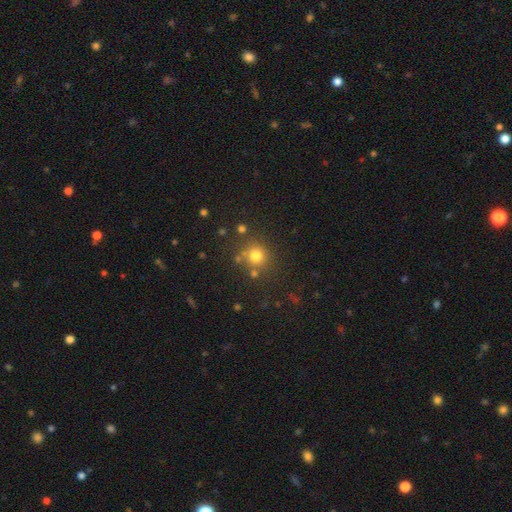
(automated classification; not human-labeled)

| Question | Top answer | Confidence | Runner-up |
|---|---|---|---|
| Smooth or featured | smooth | 75% | star or artifact (17%) |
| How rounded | round | 91% | in between (8%) |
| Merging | none | 76% | minor disturbance (10%) |